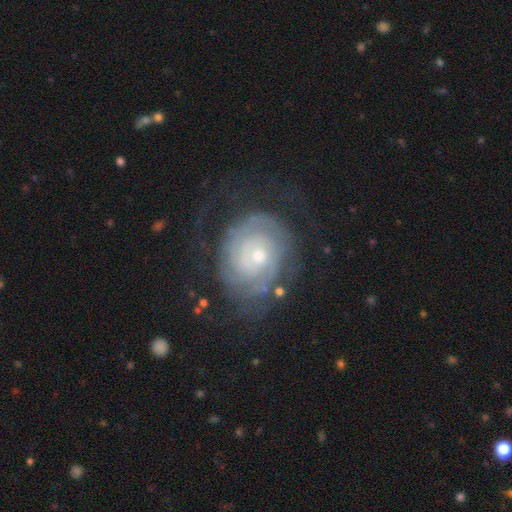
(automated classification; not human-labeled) Smooth or featured? featured or disk (84%)
Edge-on disk? no (97%)
Bar? no (73%)
Spiral arms? yes (94%)
Spiral winding? tight (77%)
Spiral arm count? 2 (37%)
Bulge size? small (52%)
Merging? none (69%)